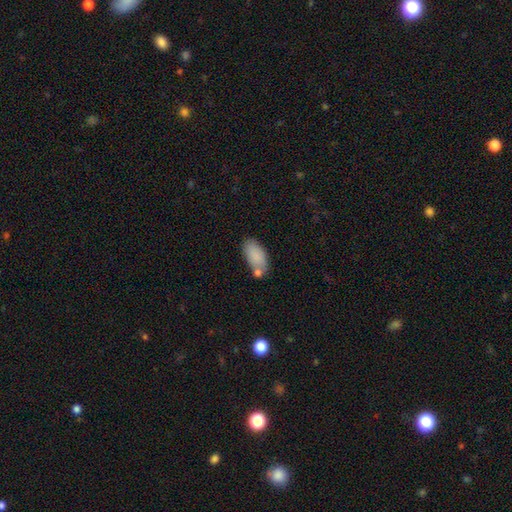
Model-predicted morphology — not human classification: This is clearly a smooth galaxy (85%). How rounded: clearly in between (93%). Merging: possibly none (58%).